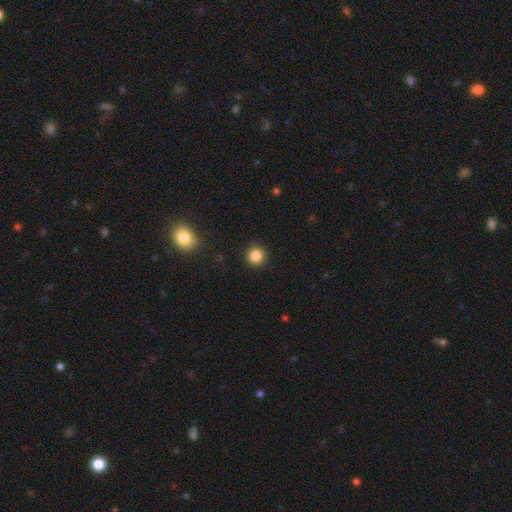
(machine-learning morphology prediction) The model was most divided on "smooth or featured": smooth: 85%, star or artifact: 11%, featured or disk: 4%. More confident: how rounded — round (93%); merging — none (91%).